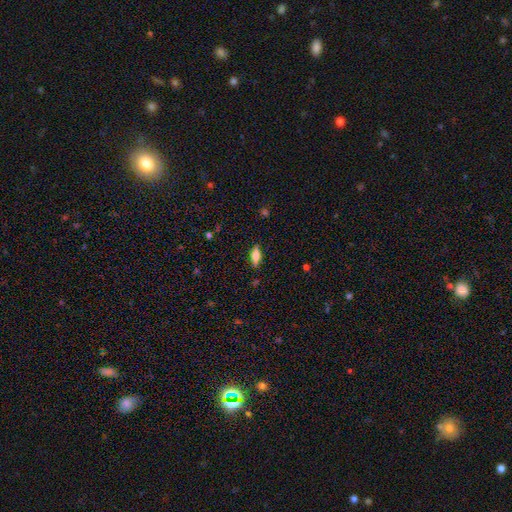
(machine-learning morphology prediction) The model was most divided on "smooth or featured": smooth: 57%, featured or disk: 35%, star or artifact: 8%. More confident: merging — none (86%); how rounded — in between (65%).